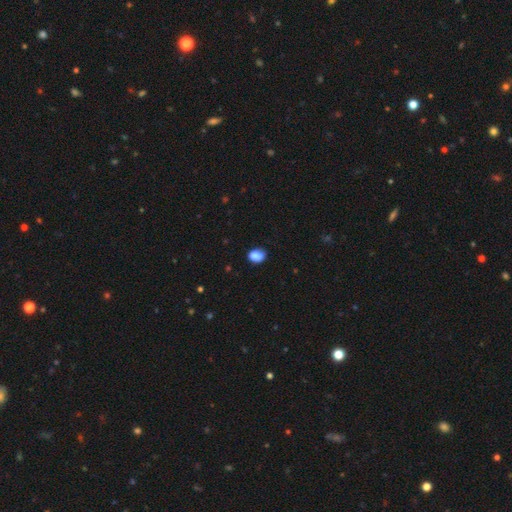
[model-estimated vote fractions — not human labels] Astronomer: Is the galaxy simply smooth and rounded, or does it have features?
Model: smooth — 84%.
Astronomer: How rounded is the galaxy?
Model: in between — 61% (runner-up: round, 38%).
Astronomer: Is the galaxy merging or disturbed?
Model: none — 71%.